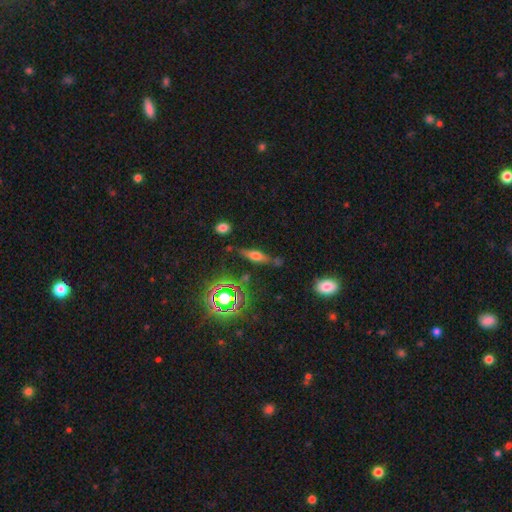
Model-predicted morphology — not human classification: Smooth or featured? Predicted: featured or disk (p=0.47). Merging? Predicted: none (p=0.71).